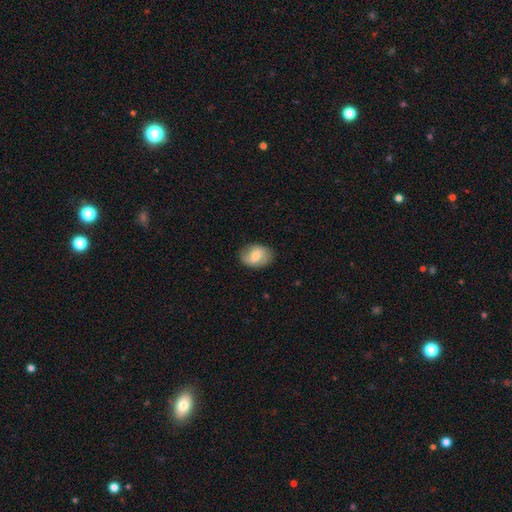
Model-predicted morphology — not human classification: smooth 66%, featured or disk 27%, star or artifact 7%. Down the decision tree: how rounded — in between (73%); merging — none (79%).